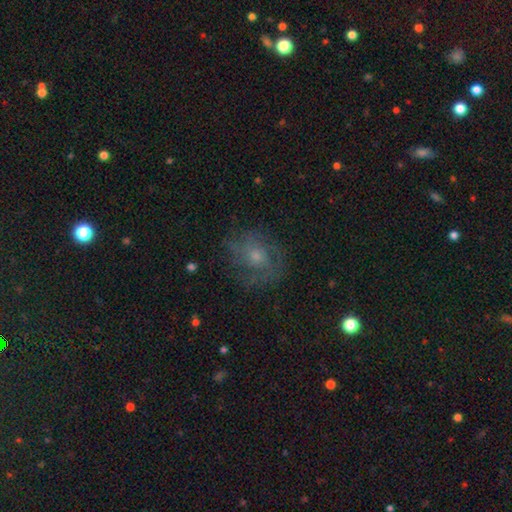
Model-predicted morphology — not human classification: featured or disk 51%, smooth 26%, star or artifact 22%. Down the decision tree: edge-on disk — no (96%); merging — none (75%).